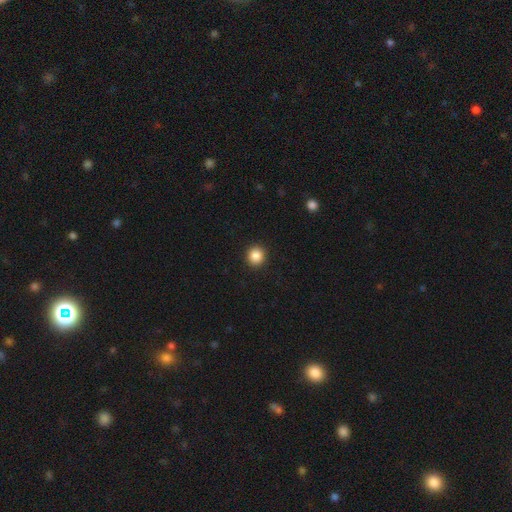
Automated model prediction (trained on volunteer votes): Smooth or featured: smooth — 87% (star or artifact — 10%)
How rounded: round — 93% (in between — 6%)
Merging: none — 93% (minor disturbance — 4%)